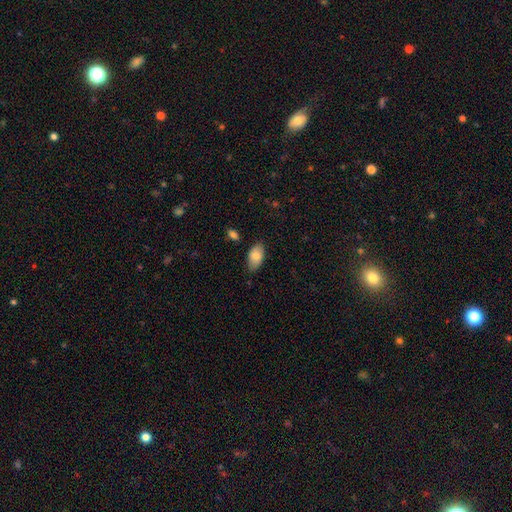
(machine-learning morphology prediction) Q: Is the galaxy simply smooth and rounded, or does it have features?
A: smooth — 81%.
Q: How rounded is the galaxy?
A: in between — 94%.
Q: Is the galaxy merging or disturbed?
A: none — 78%.